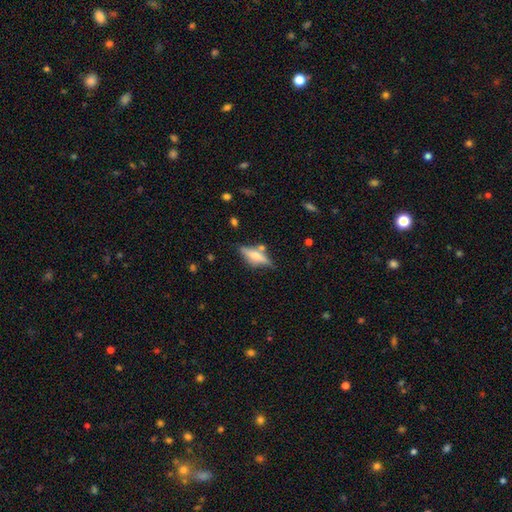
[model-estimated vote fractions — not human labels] Q: Smooth or featured?
A: featured or disk (49%); runner-up: smooth (43%)
Q: Merging?
A: none (68%); runner-up: minor disturbance (17%)